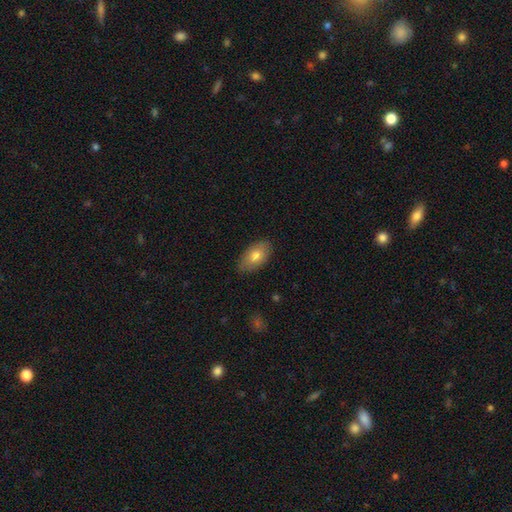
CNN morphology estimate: type=smooth (78%); roundness=in between (94%); merging=none (84%).